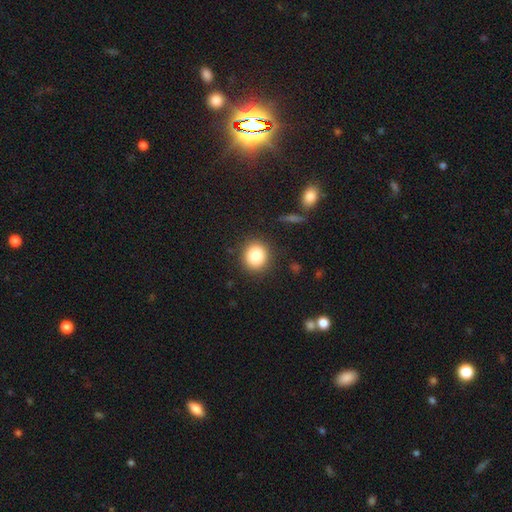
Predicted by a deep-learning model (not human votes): Smooth or featured?
  - smooth: 86% *
  - star or artifact: 10%
  - featured or disk: 4%
How rounded?
  - round: 86% *
  - in between: 13%
  - cigar-shaped: 1%
Merging?
  - none: 88% *
  - minor disturbance: 7%
  - major disturbance: 3%
  - merger: 2%